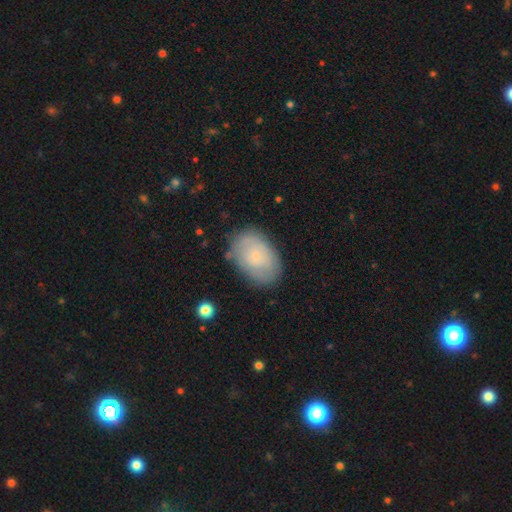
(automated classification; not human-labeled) Morphology: type=smooth (64%); roundness=in between (86%); merging=none (75%).